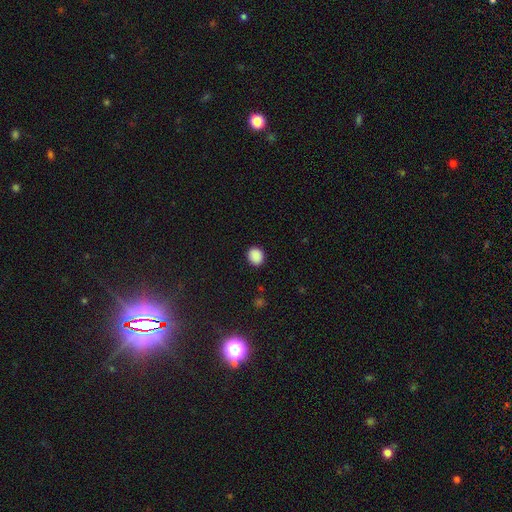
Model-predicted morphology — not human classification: Smooth or featured: smooth — 89% (star or artifact — 9%)
How rounded: round — 63% (in between — 36%)
Merging: none — 89% (minor disturbance — 8%)